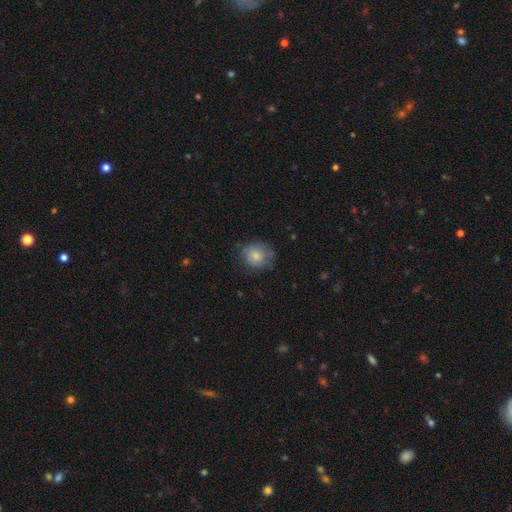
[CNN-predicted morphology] Smooth or featured?
  - smooth: 77% *
  - featured or disk: 16%
  - star or artifact: 8%
How rounded?
  - round: 72% *
  - in between: 27%
  - cigar-shaped: 1%
Merging?
  - none: 65% *
  - minor disturbance: 25%
  - major disturbance: 8%
  - merger: 1%